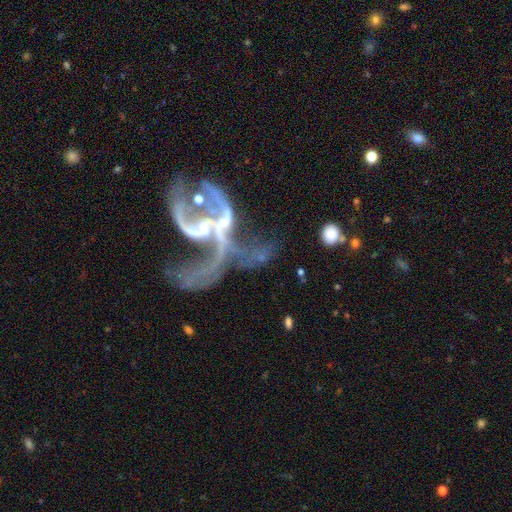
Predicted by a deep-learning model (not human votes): A featured or disk galaxy (79%) with no bar (59%), 2 (53%) loose (72%) spiral arms (68%) and a small central bulge (44%). Merging: merger (42%).